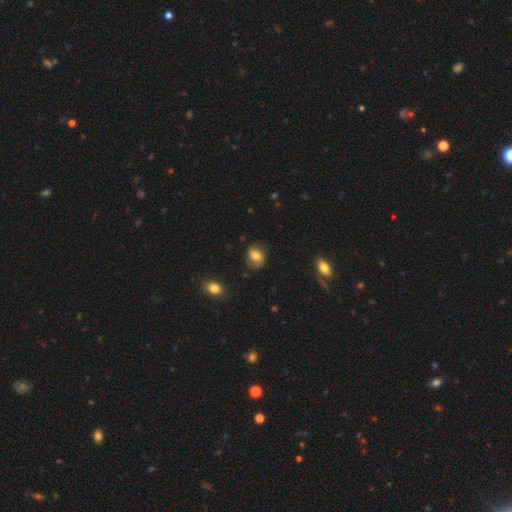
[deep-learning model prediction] Overall: smooth (59%; featured or disk 32%). How rounded: round (50%; in between 49%). Merging: none (69%).